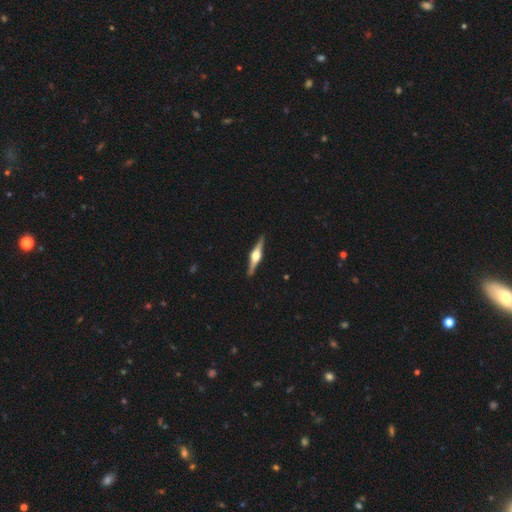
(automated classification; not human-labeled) Smooth or featured?
  - featured or disk: 82% *
  - smooth: 13%
  - star or artifact: 5%
Edge-on disk?
  - yes: 98% *
  - no: 2%
Edge-on bulge?
  - rounded: 94% *
  - boxy: 4%
  - none: 1%
Merging?
  - none: 92% *
  - minor disturbance: 6%
  - major disturbance: 1%
  - merger: 1%